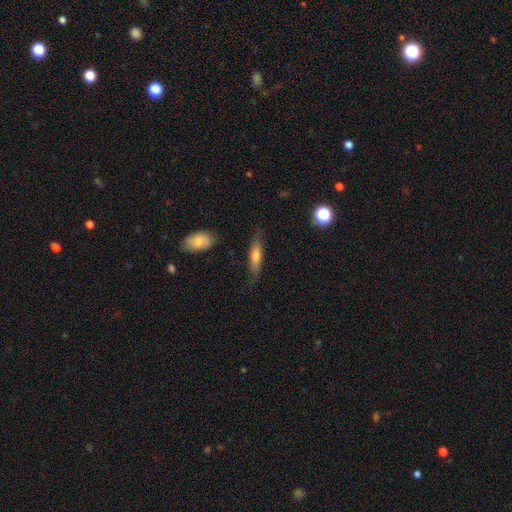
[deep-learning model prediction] The model was most divided on "smooth or featured": smooth: 59%, featured or disk: 34%, star or artifact: 7%. More confident: merging — none (73%); how rounded — cigar-shaped (63%).